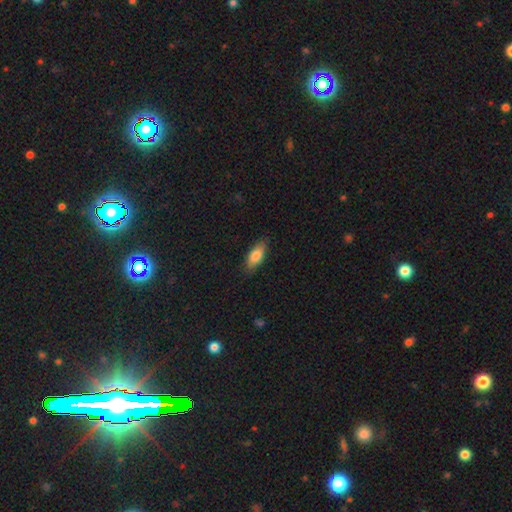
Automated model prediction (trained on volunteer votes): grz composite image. It shows a smooth galaxy with no disk features (80%) that is in between round and cigar-shaped (79%). Merging: none (85%).